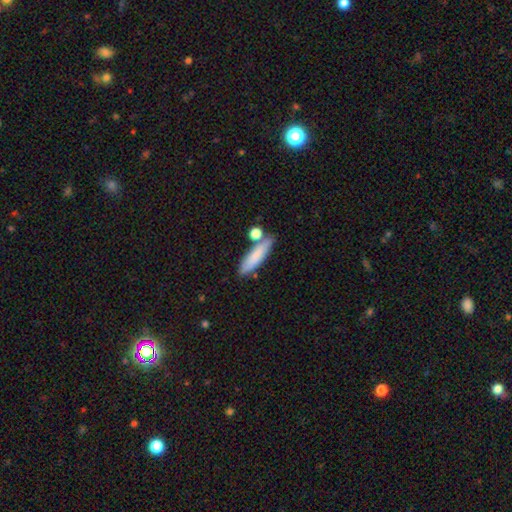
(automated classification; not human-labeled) smooth_or_featured: smooth (p=0.79) [alt: featured or disk p=0.15]
how_rounded: cigar-shaped (p=0.67) [alt: in between p=0.30]
merging: none (p=0.69) [alt: minor disturbance p=0.14]